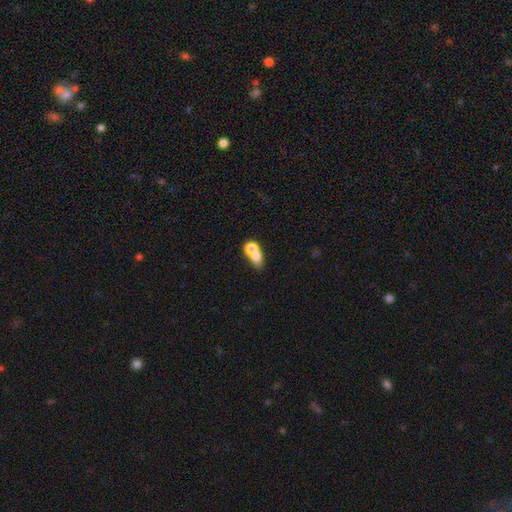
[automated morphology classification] smooth 67%, featured or disk 22%, star or artifact 11%. Down the decision tree: how rounded — round (48%, tied with in between); merging — merger (66%).